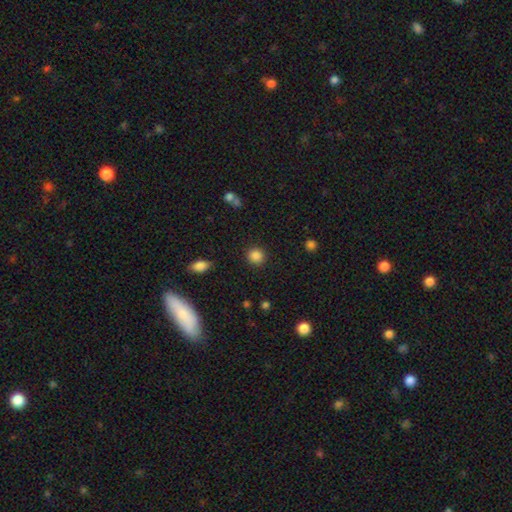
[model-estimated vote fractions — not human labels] smooth 86%, star or artifact 10%, featured or disk 4%. Down the decision tree: how rounded — round (90%); merging — none (90%).